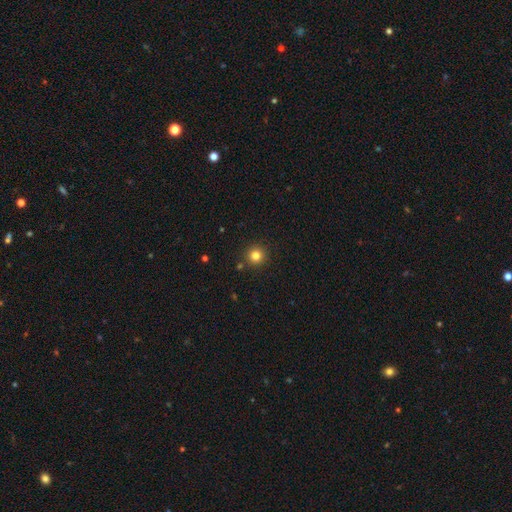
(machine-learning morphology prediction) This is clearly a smooth galaxy (81%). How rounded: clearly round (95%). Merging: clearly none (89%).